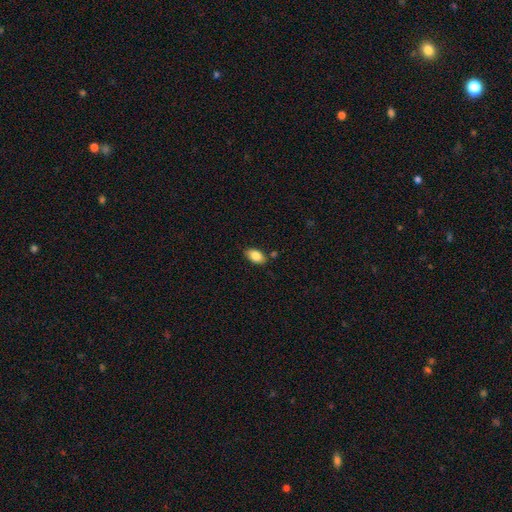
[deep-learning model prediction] This is clearly a smooth galaxy (85%). How rounded: clearly in between (92%). Merging: clearly none (80%).